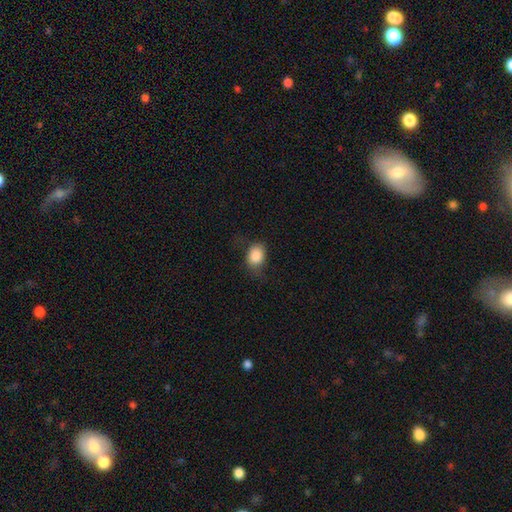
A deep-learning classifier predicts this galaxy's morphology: type=smooth (86%); roundness=in between (62%); merging=none (61%).